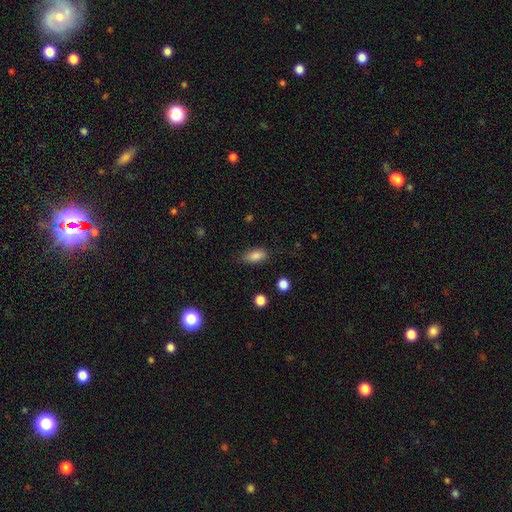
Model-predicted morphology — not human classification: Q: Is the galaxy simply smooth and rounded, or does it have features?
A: smooth — 84%.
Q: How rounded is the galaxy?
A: in between — 85%.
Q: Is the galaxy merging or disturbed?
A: none — 76%.